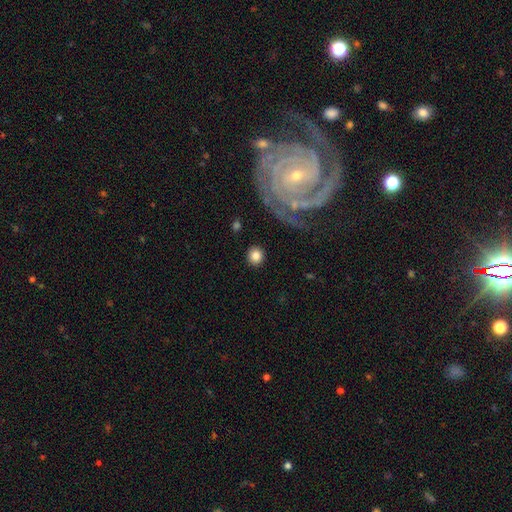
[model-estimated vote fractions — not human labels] This is clearly a smooth galaxy (82%). How rounded: clearly round (89%). Merging: clearly none (89%).